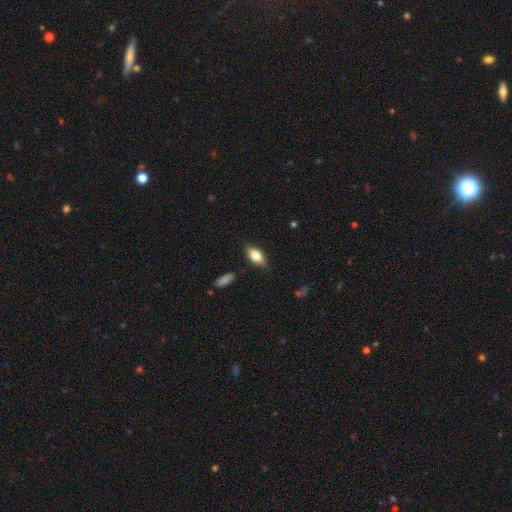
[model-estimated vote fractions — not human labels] Overall: smooth (80%). How rounded: in between (88%). Merging: none (82%).